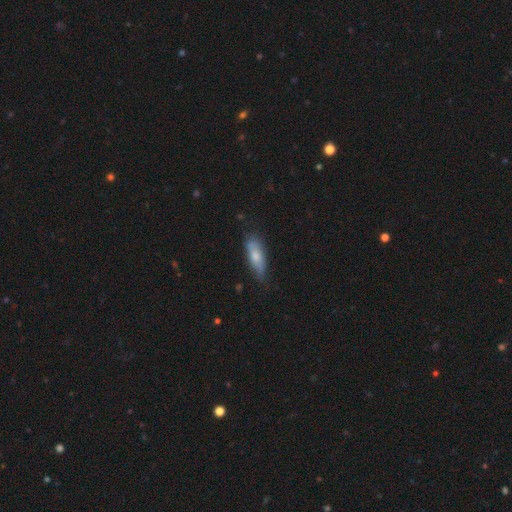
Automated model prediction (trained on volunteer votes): Smooth or featured? Predicted: smooth (p=0.70). How rounded? Predicted: in between (p=0.59). Merging? Predicted: none (p=0.66).